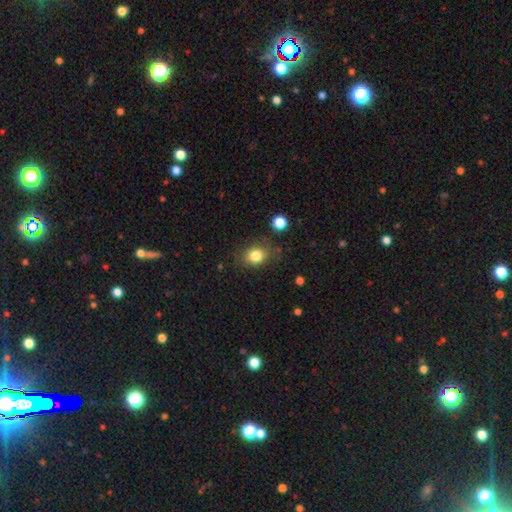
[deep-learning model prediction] smooth-or-featured: smooth: 82% | star or artifact: 10% | featured or disk: 8%
  how-rounded: in between: 50% | round: 49% | cigar-shaped: 1%
  merging: none: 77% | minor disturbance: 15% | major disturbance: 5% | merger: 3%